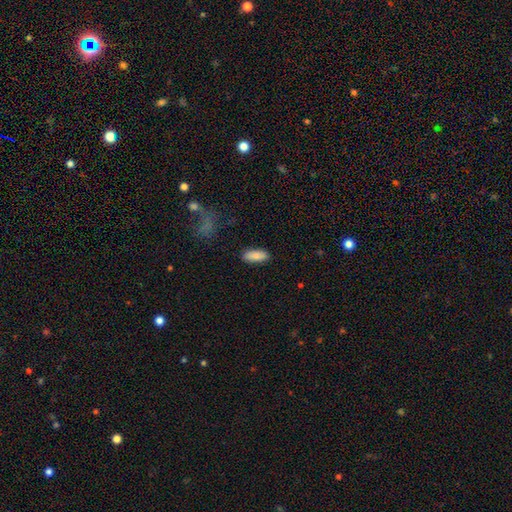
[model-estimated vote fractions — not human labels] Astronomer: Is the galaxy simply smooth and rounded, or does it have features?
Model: smooth — 83%.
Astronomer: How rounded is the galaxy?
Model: in between — 80%.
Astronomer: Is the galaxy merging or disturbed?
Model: none — 86%.